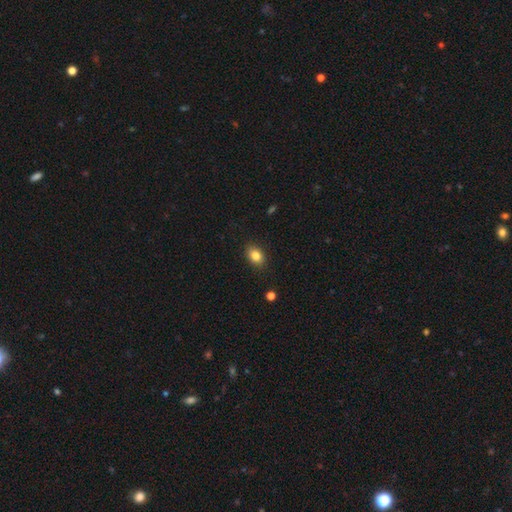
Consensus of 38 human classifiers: This is likely a smooth galaxy (79%). How rounded: clearly in between (83%). Merging: clearly none (88%).